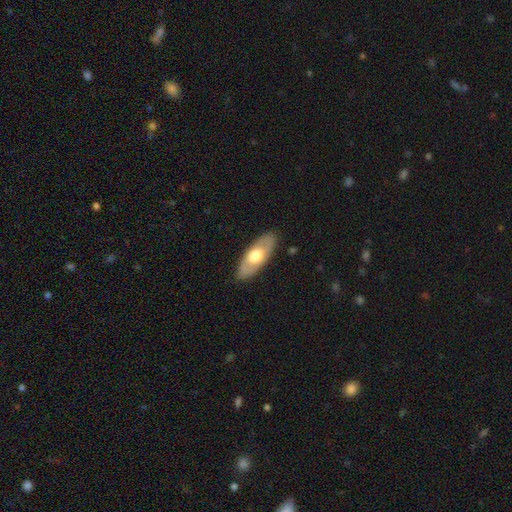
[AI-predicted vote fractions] The model was most divided on "smooth or featured": smooth: 50%, featured or disk: 46%, star or artifact: 5%. More confident: merging — none (86%).